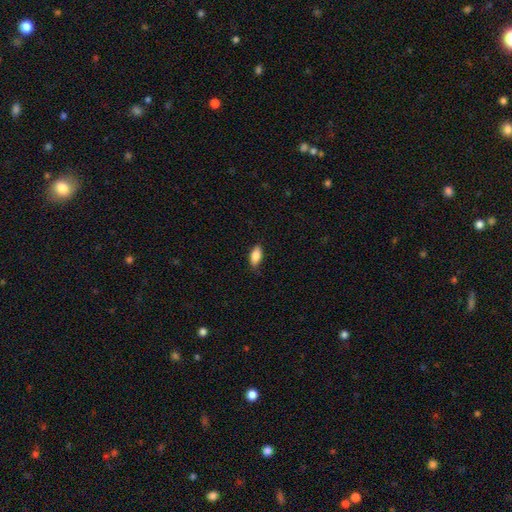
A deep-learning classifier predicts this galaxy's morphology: Overall: smooth (86%). How rounded: in between (88%). Merging: none (77%).